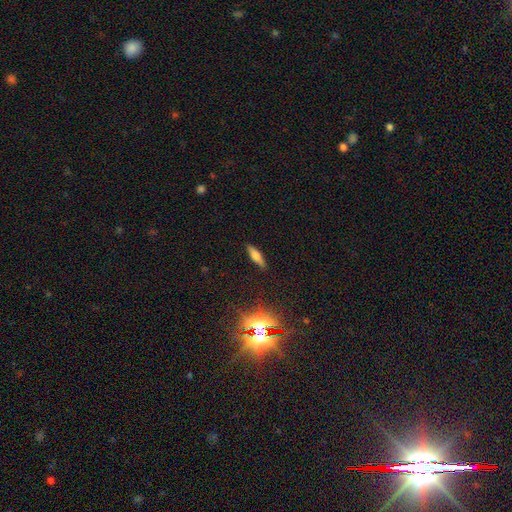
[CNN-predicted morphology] A smooth galaxy with no disk features (55%) that is cigar-shaped (62%). Merging: none (89%).